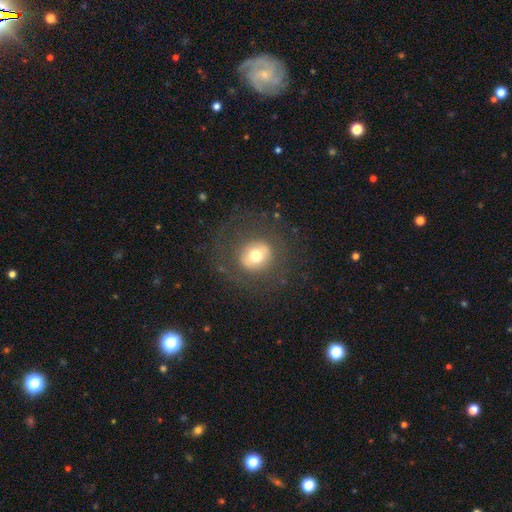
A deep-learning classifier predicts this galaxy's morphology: Overall: smooth (57%; featured or disk 32%). How rounded: round (86%). Merging: none (73%).